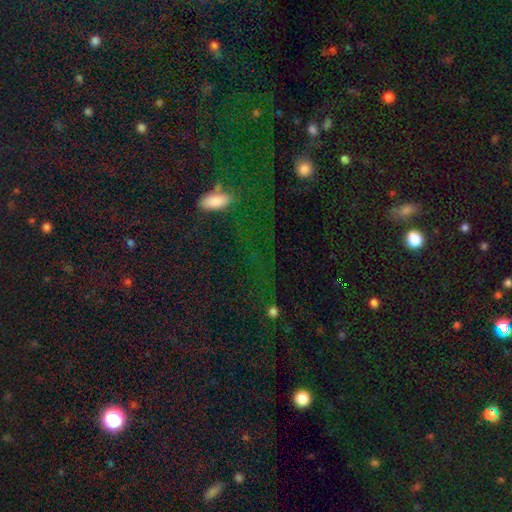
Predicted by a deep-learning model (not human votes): Smooth or featured?
  - star or artifact: 50% *
  - smooth: 39%
  - featured or disk: 11%